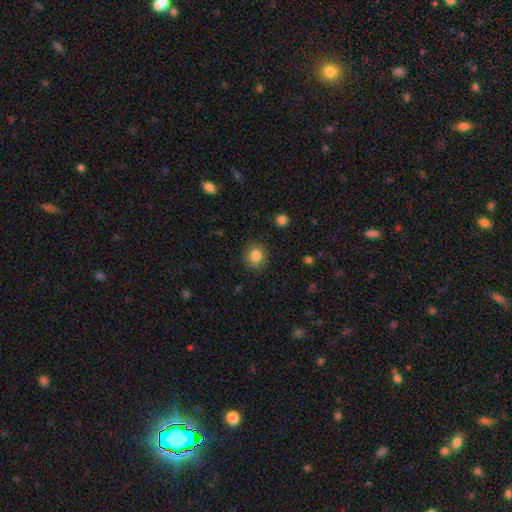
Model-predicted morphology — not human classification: This appears to be a smooth galaxy with no disk features (84%) that is round (77%). Merging: none (88%).